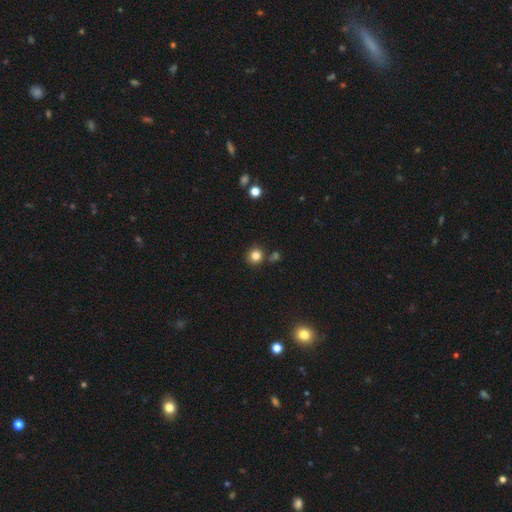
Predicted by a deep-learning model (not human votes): smooth-or-featured: smooth: 83% | star or artifact: 12% | featured or disk: 5%
  how-rounded: round: 90% | in between: 9% | cigar-shaped: 1%
  merging: none: 81% | minor disturbance: 9% | merger: 8% | major disturbance: 3%